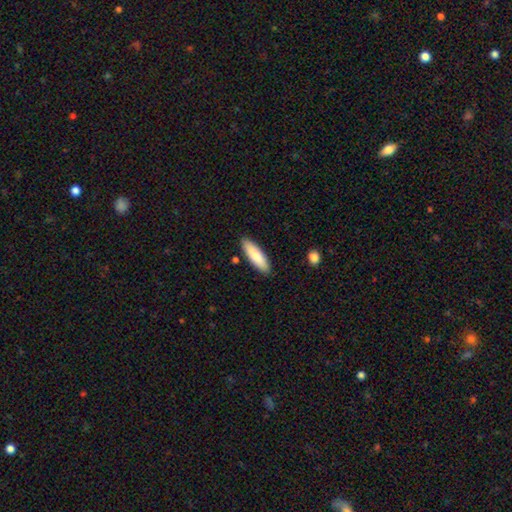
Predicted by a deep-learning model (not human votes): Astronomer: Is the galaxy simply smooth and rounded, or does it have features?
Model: smooth — 84%.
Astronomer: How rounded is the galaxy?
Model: cigar-shaped — 57% (runner-up: in between, 42%).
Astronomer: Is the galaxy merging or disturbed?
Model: none — 88%.